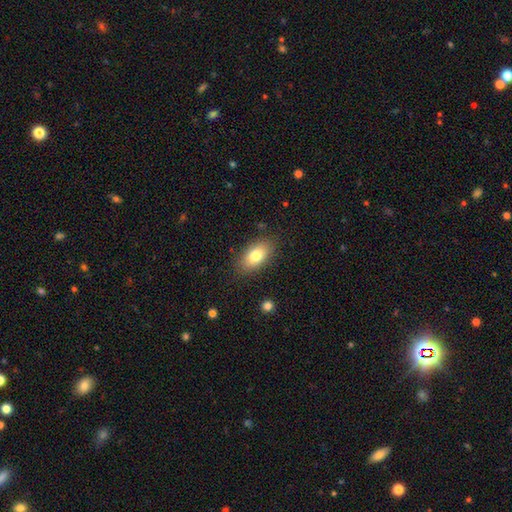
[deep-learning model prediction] smooth-or-featured: smooth: 78% | featured or disk: 14% | star or artifact: 8%
  how-rounded: in between: 91% | round: 5% | cigar-shaped: 4%
  merging: none: 85% | minor disturbance: 11% | major disturbance: 3% | merger: 1%